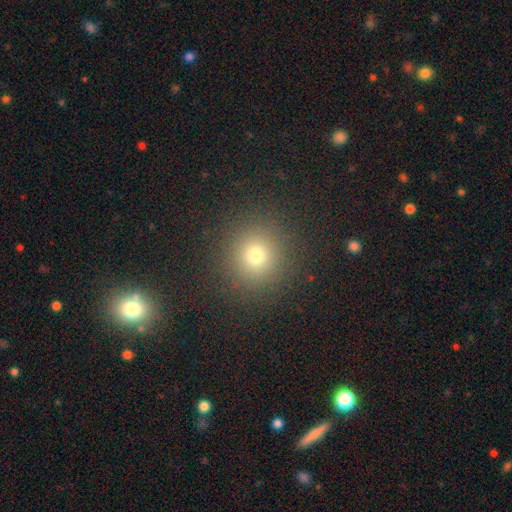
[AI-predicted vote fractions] This appears to be a smooth galaxy with no disk features (73%) that is round (92%). Merging: none (90%).